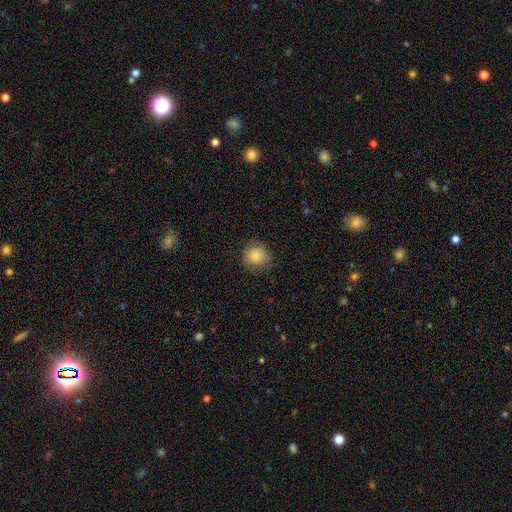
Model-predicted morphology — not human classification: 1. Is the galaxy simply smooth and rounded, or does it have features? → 83% smooth, 9% star or artifact, 8% featured or disk.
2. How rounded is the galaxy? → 91% round, 8% in between, 1% cigar-shaped.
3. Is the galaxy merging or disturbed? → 83% none, 12% minor disturbance, 3% major disturbance, 1% merger.